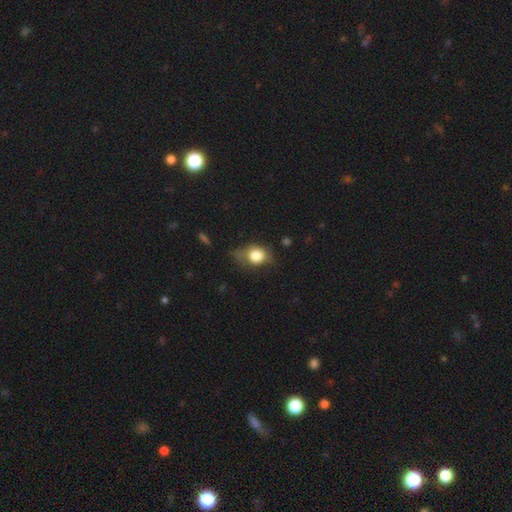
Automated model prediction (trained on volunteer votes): smooth_or_featured: smooth (p=0.77) [alt: featured or disk p=0.13]
how_rounded: round (p=0.56) [alt: in between p=0.42]
merging: none (p=0.46) [alt: minor disturbance p=0.35]